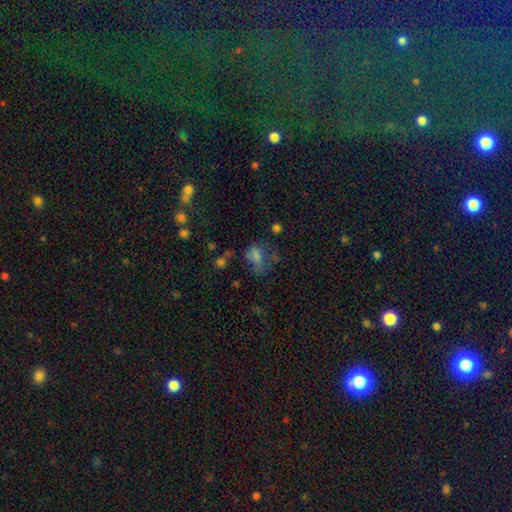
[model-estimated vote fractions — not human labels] Q: Smooth or featured?
A: smooth (56%); runner-up: featured or disk (23%)
Q: How rounded?
A: in between (68%); runner-up: round (29%)
Q: Merging?
A: major disturbance (36%); runner-up: none (35%)